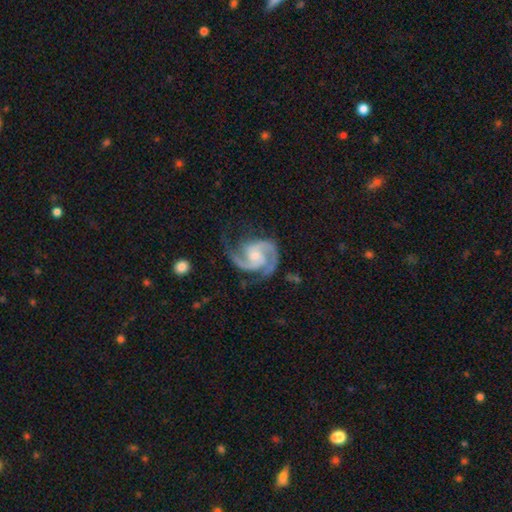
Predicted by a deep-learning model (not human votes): A featured or disk galaxy (93%) with no bar (58%), 2 (79%) medium (56%) spiral arms (99%) and a small central bulge (51%).

Vote fractions:
- Smooth or featured? featured or disk: 93% / star or artifact: 4% / smooth: 3%
- Edge-on disk? no: 98% / yes: 2%
- Bar? no: 58% / weak: 33% / strong: 9%
- Spiral arms? yes: 99% / no: 1%
- Spiral winding? medium: 56% / tight: 34% / loose: 10%
- Spiral arm count? 2: 79% / 3: 13% / can't tell: 3% / 1: 2% / 4: 2% / more than 4: 2%
- Bulge size? small: 51% / moderate: 40% / none: 5% / large: 3% / dominant: 1%
- Merging? none: 67% / minor disturbance: 20% / major disturbance: 11% / merger: 2%